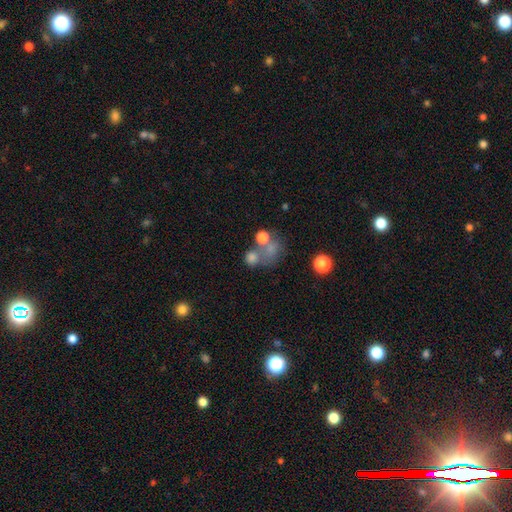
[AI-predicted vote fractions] Smooth or featured? Predicted: smooth (p=0.59). How rounded? Predicted: round (p=0.68). Merging? Predicted: merger (p=0.40).